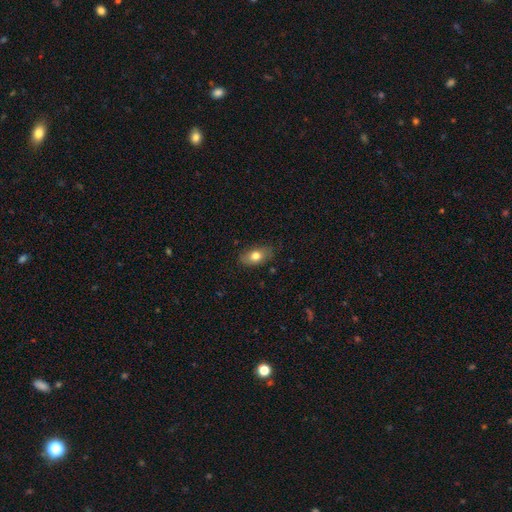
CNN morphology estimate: Smooth or featured? Predicted: smooth (p=0.75). How rounded? Predicted: in between (p=0.88). Merging? Predicted: none (p=0.82).